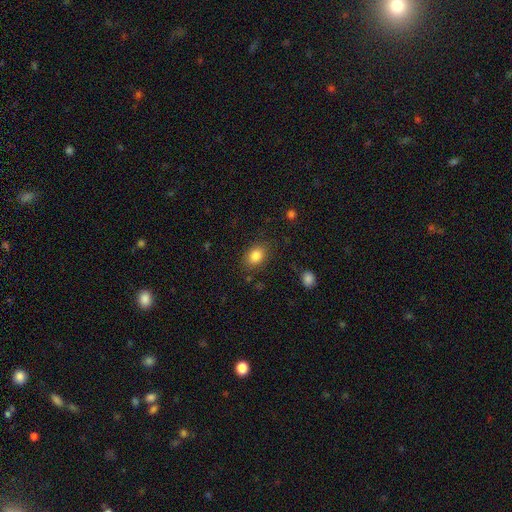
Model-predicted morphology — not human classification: Smooth or featured?
  - smooth: 84% *
  - star or artifact: 9%
  - featured or disk: 7%
How rounded?
  - in between: 70% *
  - round: 29%
  - cigar-shaped: 1%
Merging?
  - none: 82% *
  - minor disturbance: 12%
  - major disturbance: 4%
  - merger: 2%